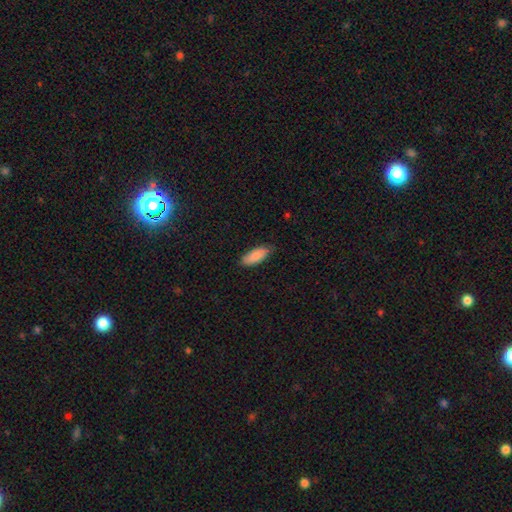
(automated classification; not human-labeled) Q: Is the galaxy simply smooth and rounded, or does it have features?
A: smooth — 87%.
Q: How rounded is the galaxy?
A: in between — 77%.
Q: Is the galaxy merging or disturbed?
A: none — 77%.